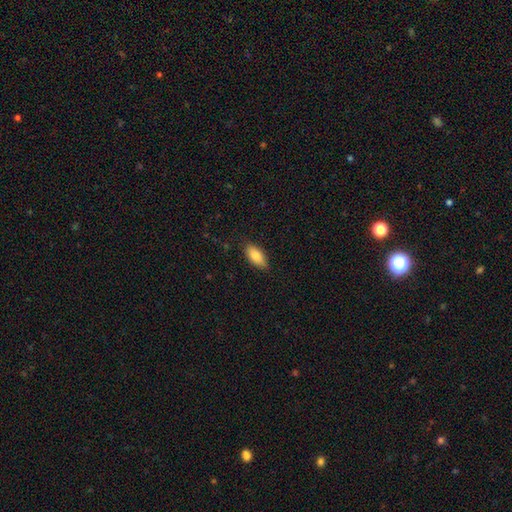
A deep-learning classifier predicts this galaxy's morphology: Smooth or featured: smooth — 83% (featured or disk — 10%)
How rounded: in between — 87% (cigar-shaped — 11%)
Merging: none — 85% (minor disturbance — 12%)